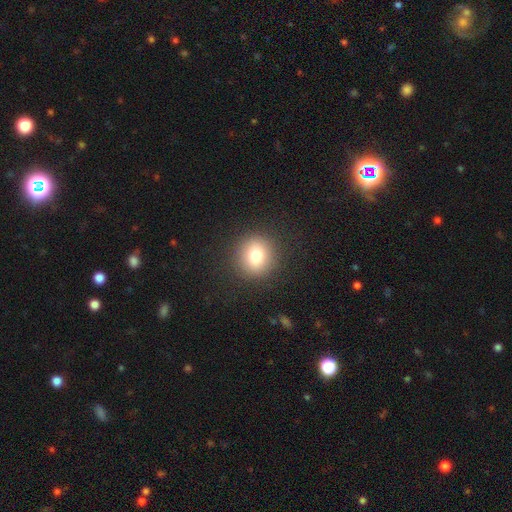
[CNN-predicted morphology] The model was most divided on "smooth or featured": smooth: 78%, star or artifact: 12%, featured or disk: 10%. More confident: merging — none (91%); how rounded — round (89%).